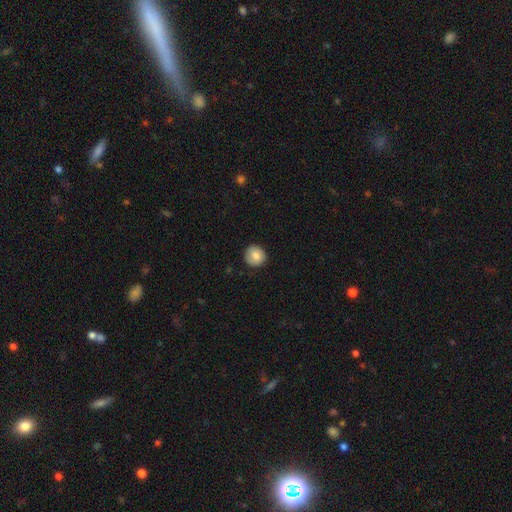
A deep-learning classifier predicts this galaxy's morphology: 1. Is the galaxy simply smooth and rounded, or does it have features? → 77% smooth, 15% featured or disk, 8% star or artifact.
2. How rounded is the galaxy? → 88% round, 11% in between, 1% cigar-shaped.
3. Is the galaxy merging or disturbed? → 85% none, 11% minor disturbance, 3% major disturbance, 1% merger.